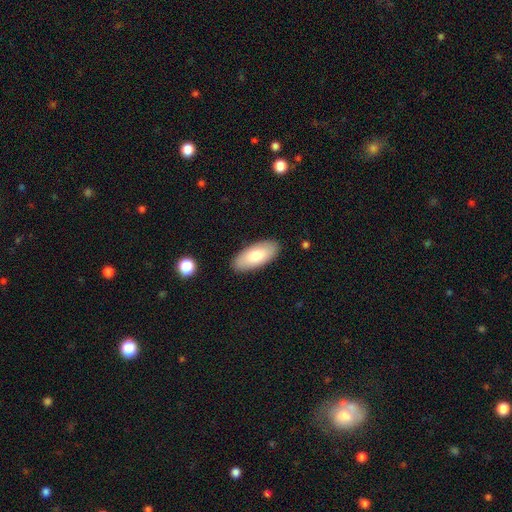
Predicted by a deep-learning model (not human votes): smooth_or_featured: smooth (p=0.78) [alt: featured or disk p=0.17]
how_rounded: in between (p=0.90) [alt: cigar-shaped p=0.08]
merging: none (p=0.88) [alt: minor disturbance p=0.09]